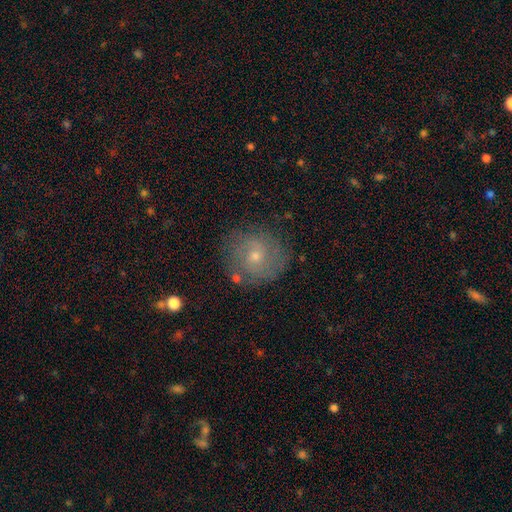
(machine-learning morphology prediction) Q: Smooth or featured?
A: featured or disk (55%); runner-up: smooth (34%)
Q: Edge-on disk?
A: no (97%); runner-up: yes (3%)
Q: Bar?
A: no (69%); runner-up: weak (27%)
Q: Spiral arms?
A: yes (78%); runner-up: no (22%)
Q: Bulge size?
A: small (57%); runner-up: moderate (39%)
Q: Merging?
A: none (79%); runner-up: minor disturbance (14%)